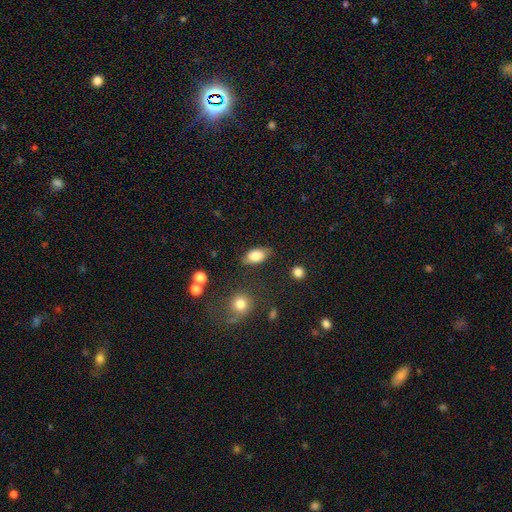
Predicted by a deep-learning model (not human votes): smooth_or_featured: smooth (p=0.82) [alt: featured or disk p=0.11]
how_rounded: in between (p=0.90) [alt: round p=0.06]
merging: none (p=0.78) [alt: minor disturbance p=0.16]